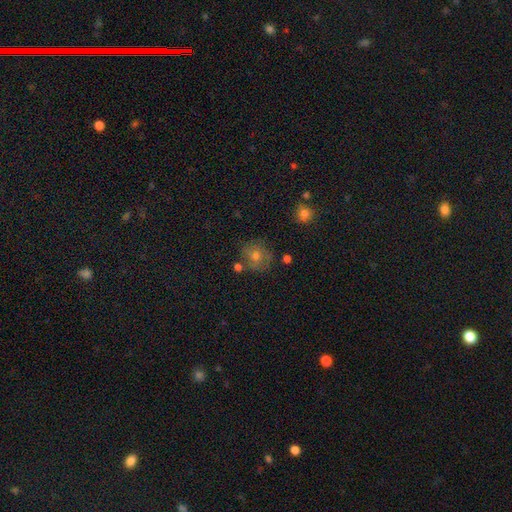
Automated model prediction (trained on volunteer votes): This appears to be a smooth galaxy with no disk features (57%) that is round (84%). Merging: none (73%).